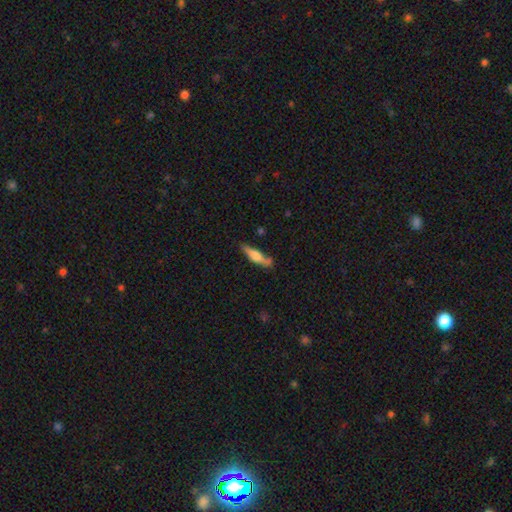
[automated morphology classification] A smooth galaxy with no disk features (57%) that is cigar-shaped (75%).

Vote fractions:
- Smooth or featured? smooth: 57% / featured or disk: 37% / star or artifact: 6%
- How rounded? cigar-shaped: 75% / in between: 23% / round: 2%
- Merging? none: 63% / minor disturbance: 23% / merger: 7% / major disturbance: 6%